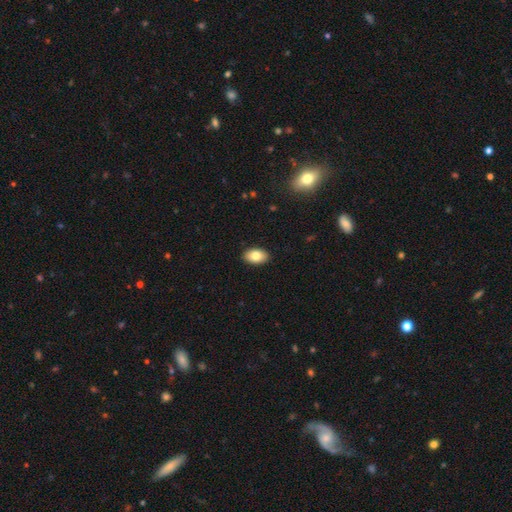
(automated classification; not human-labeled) Q: Smooth or featured?
A: smooth (82%); runner-up: featured or disk (11%)
Q: How rounded?
A: in between (92%); runner-up: round (7%)
Q: Merging?
A: none (90%); runner-up: minor disturbance (7%)